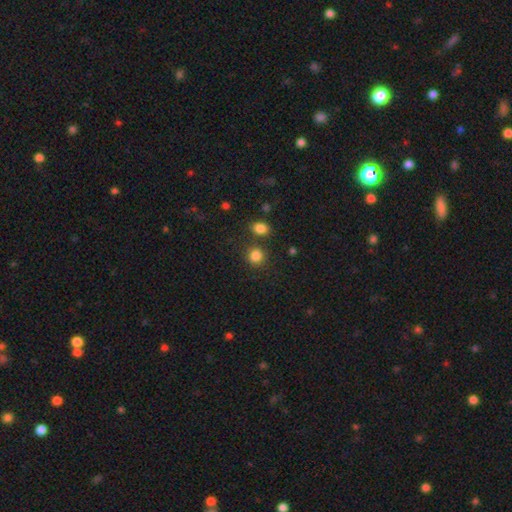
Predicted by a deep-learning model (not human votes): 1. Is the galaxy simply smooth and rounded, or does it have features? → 84% smooth, 11% star or artifact, 4% featured or disk.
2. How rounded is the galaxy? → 84% round, 15% in between, 1% cigar-shaped.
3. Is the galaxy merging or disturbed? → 77% none, 11% merger, 9% minor disturbance, 4% major disturbance.